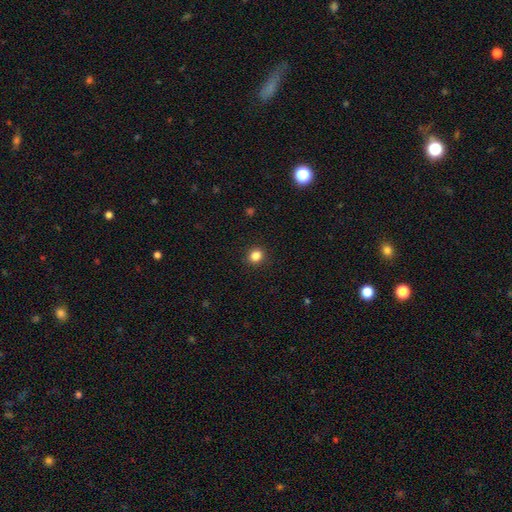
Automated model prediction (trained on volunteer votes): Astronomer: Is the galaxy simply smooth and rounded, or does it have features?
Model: smooth — 85%.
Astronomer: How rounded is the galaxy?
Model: round — 81%.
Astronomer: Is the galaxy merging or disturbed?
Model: none — 91%.